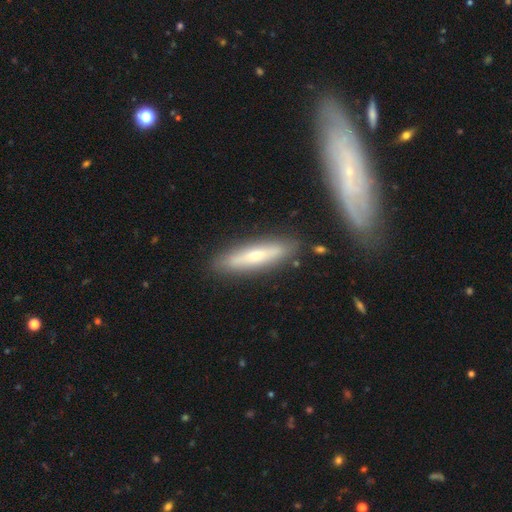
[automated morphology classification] Smooth or featured?
  - smooth: 54% *
  - featured or disk: 40%
  - star or artifact: 6%
How rounded?
  - cigar-shaped: 81% *
  - in between: 17%
  - round: 2%
Merging?
  - none: 84% *
  - minor disturbance: 10%
  - merger: 3%
  - major disturbance: 2%